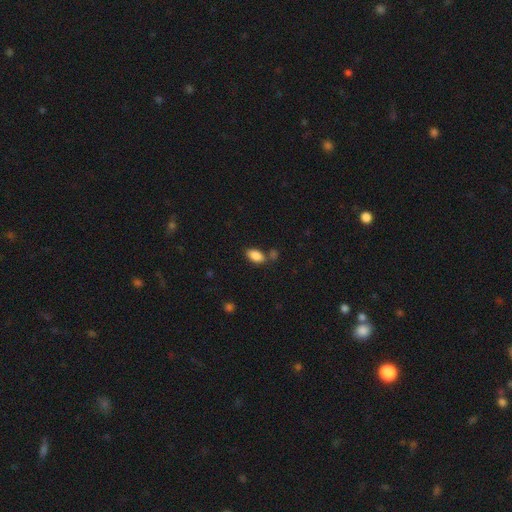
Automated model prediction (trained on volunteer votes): smooth-or-featured: smooth: 87% | star or artifact: 8% | featured or disk: 5%
  how-rounded: in between: 93% | round: 4% | cigar-shaped: 3%
  merging: none: 68% | merger: 15% | minor disturbance: 14% | major disturbance: 4%